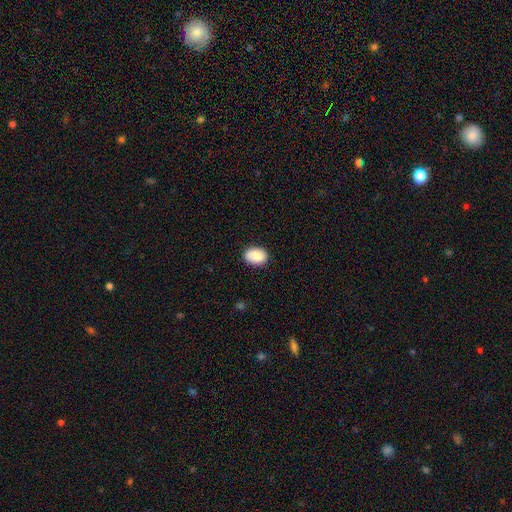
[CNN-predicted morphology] This appears to be a smooth galaxy with no disk features (84%) that is in between round and cigar-shaped (75%). Merging: none (87%).